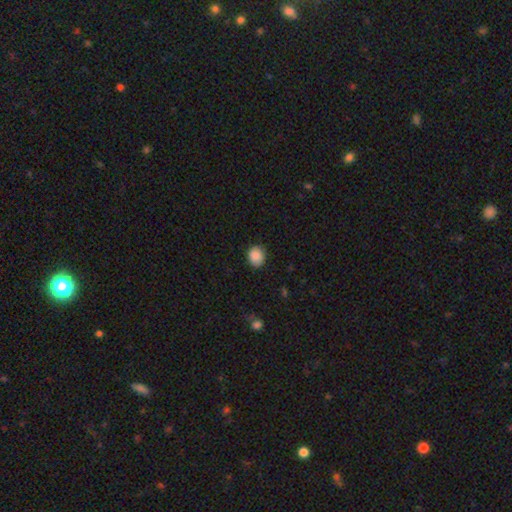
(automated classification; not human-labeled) Morphology: type=smooth (88%); roundness=round (66%); merging=none (85%).